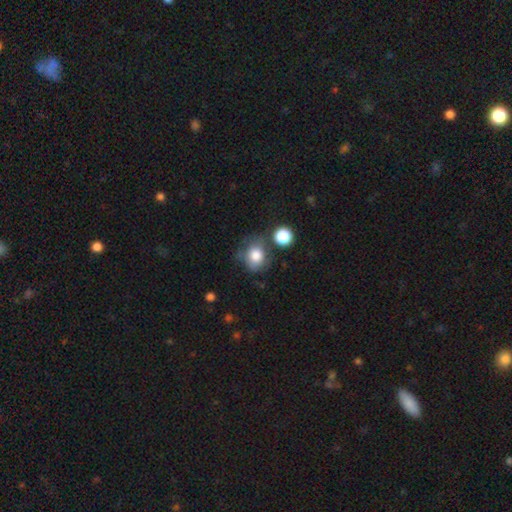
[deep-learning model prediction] smooth_or_featured: smooth (p=0.77) [alt: featured or disk p=0.14]
how_rounded: round (p=0.63) [alt: in between p=0.36]
merging: none (p=0.53) [alt: minor disturbance p=0.24]